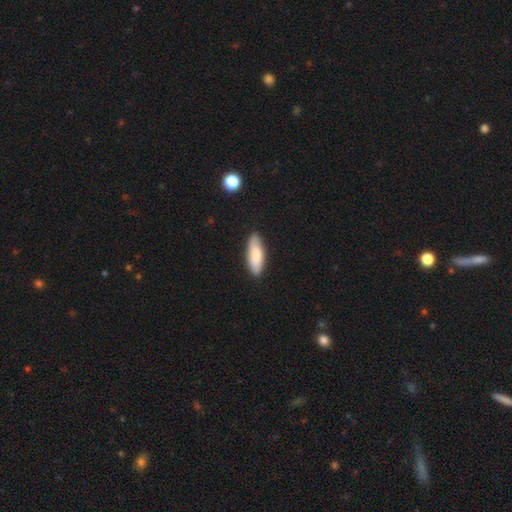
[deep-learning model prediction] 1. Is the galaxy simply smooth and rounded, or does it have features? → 81% smooth, 14% featured or disk, 5% star or artifact.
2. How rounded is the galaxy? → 64% in between, 34% cigar-shaped, 2% round.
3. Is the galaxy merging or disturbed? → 83% none, 14% minor disturbance, 2% major disturbance, 1% merger.